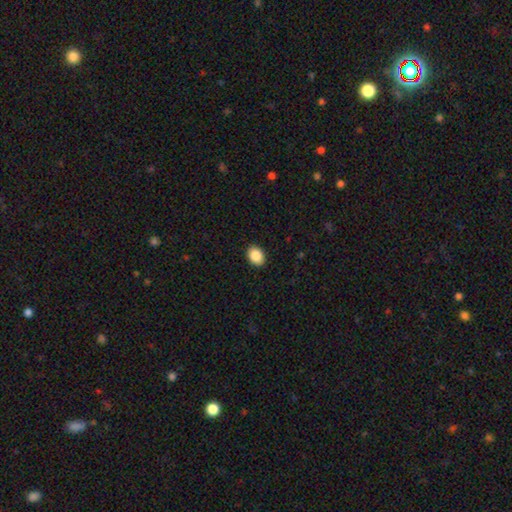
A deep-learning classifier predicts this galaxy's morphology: Overall: smooth (89%). How rounded: in between (71%). Merging: none (91%).